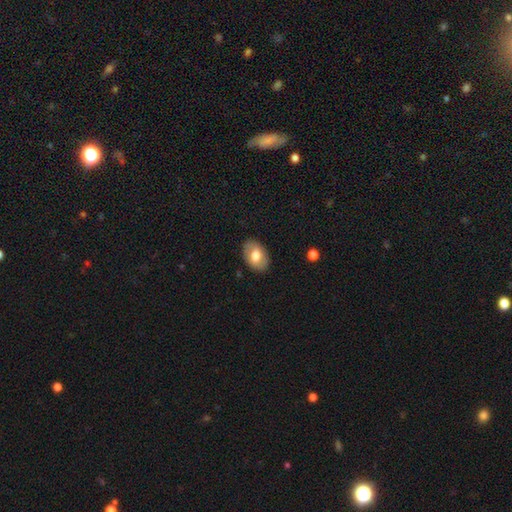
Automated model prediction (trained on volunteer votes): smooth-or-featured: smooth: 69% | featured or disk: 24% | star or artifact: 6%
  how-rounded: in between: 86% | round: 13% | cigar-shaped: 1%
  merging: none: 86% | minor disturbance: 10% | major disturbance: 3% | merger: 1%